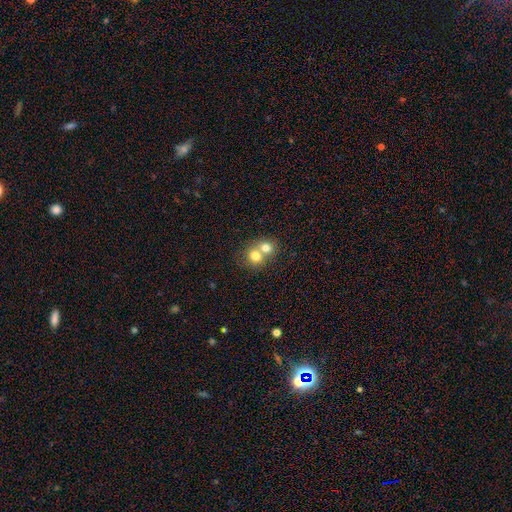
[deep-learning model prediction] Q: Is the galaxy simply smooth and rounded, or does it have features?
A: smooth — 75%.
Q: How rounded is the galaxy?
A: round — 74%.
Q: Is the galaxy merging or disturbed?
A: merger — 69%.